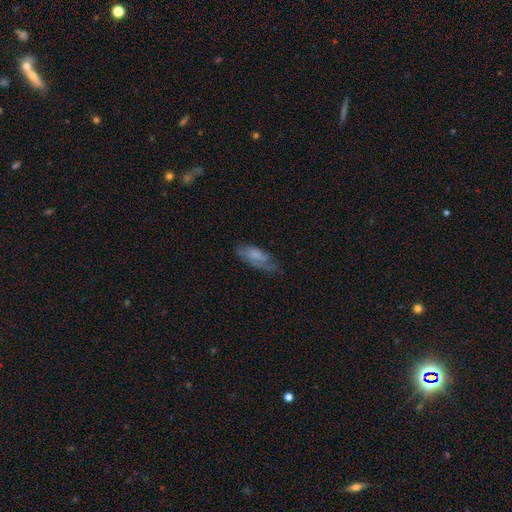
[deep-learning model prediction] A smooth galaxy with no disk features (56%) that is in between round and cigar-shaped (78%). Merging: none (51%).